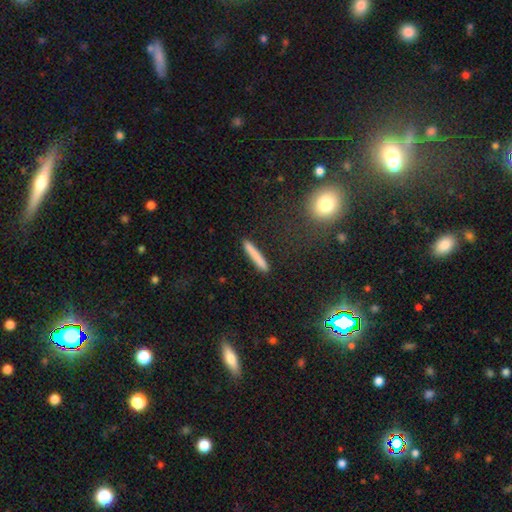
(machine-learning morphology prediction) This is likely a smooth galaxy (76%). How rounded: clearly cigar-shaped (96%). Merging: clearly none (89%).